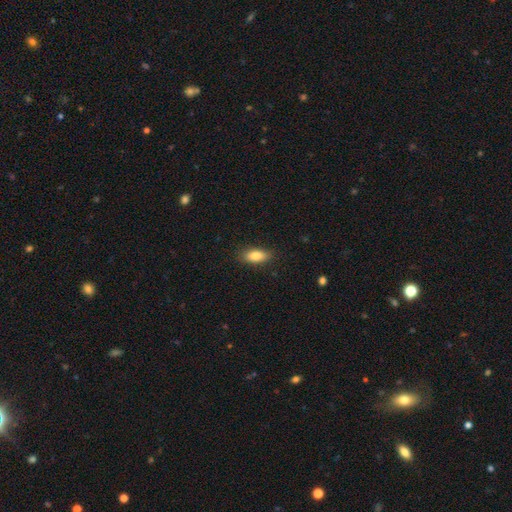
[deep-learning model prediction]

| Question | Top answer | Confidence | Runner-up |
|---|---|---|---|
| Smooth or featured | smooth | 83% | featured or disk (10%) |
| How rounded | in between | 84% | cigar-shaped (12%) |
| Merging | none | 85% | minor disturbance (11%) |